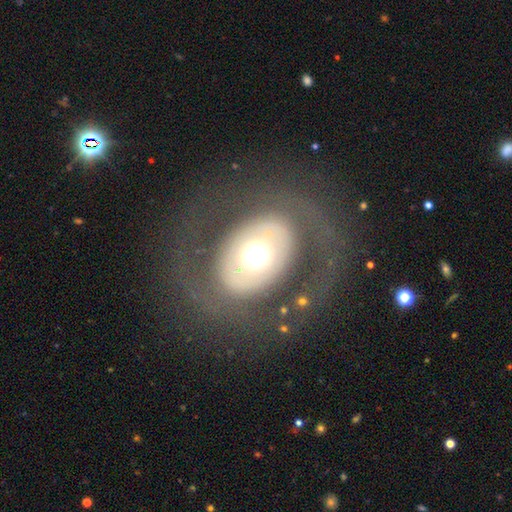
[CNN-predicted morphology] Smooth or featured? featured or disk (54%)
Edge-on disk? no (93%)
Merging? none (75%)